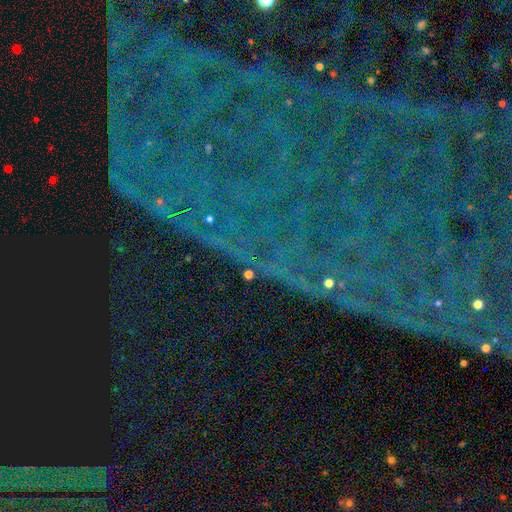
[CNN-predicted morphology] This appears to be a star or artifact, not a galaxy (86%).